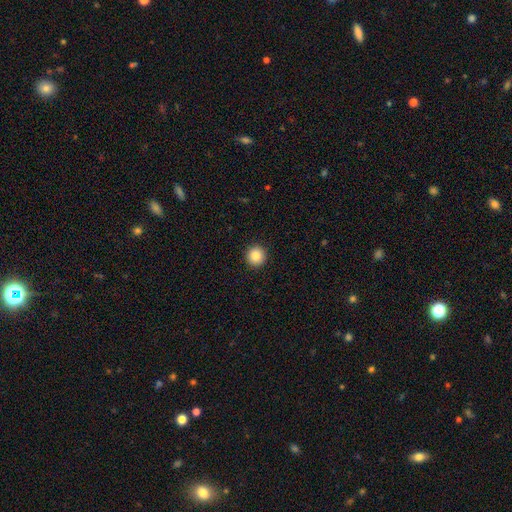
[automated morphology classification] smooth 87%, star or artifact 9%, featured or disk 3%. Down the decision tree: how rounded — round (95%); merging — none (93%).